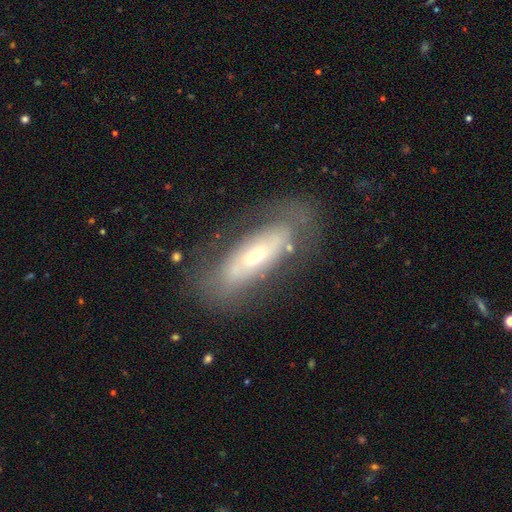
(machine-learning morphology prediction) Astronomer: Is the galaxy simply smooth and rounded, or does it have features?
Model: featured or disk — 59%.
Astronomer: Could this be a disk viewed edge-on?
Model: no — 78%.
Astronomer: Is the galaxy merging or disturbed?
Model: none — 67%.